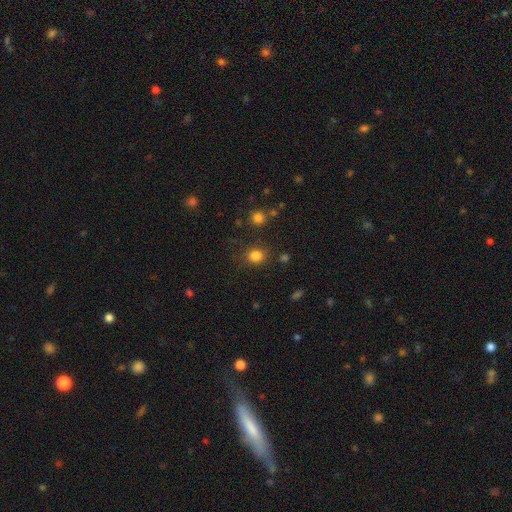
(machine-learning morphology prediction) Overall: smooth (82%). How rounded: round (70%). Merging: none (82%).